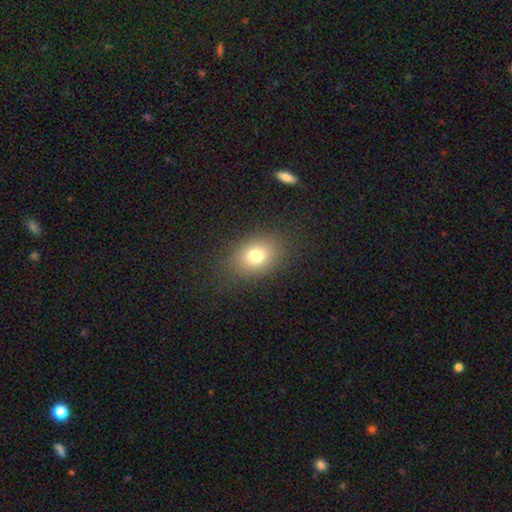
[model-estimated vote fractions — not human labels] Smooth or featured?
  - smooth: 76% *
  - star or artifact: 13%
  - featured or disk: 11%
How rounded?
  - in between: 61% *
  - round: 38%
  - cigar-shaped: 1%
Merging?
  - none: 84% *
  - minor disturbance: 10%
  - major disturbance: 5%
  - merger: 1%